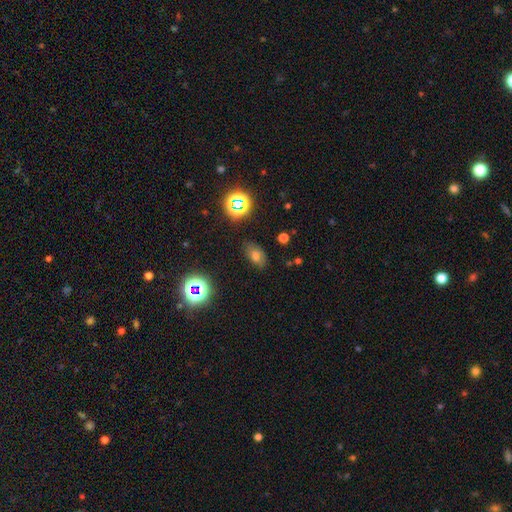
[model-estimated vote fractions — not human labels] smooth_or_featured: smooth (p=0.63) [alt: star or artifact p=0.23]
how_rounded: in between (p=0.86) [alt: round p=0.12]
merging: none (p=0.79) [alt: minor disturbance p=0.15]